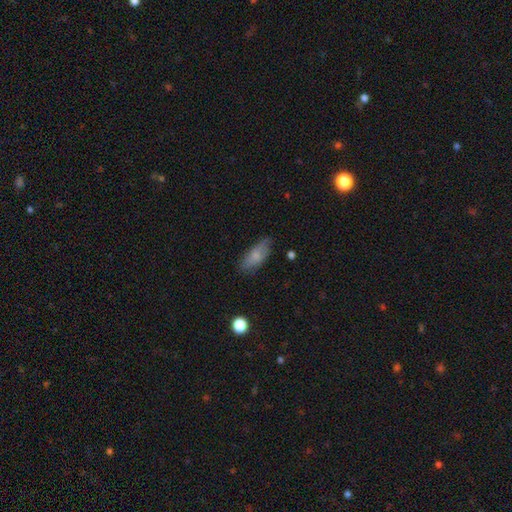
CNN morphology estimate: smooth 75%, featured or disk 18%, star or artifact 7%. Down the decision tree: how rounded — in between (78%); merging — none (74%).